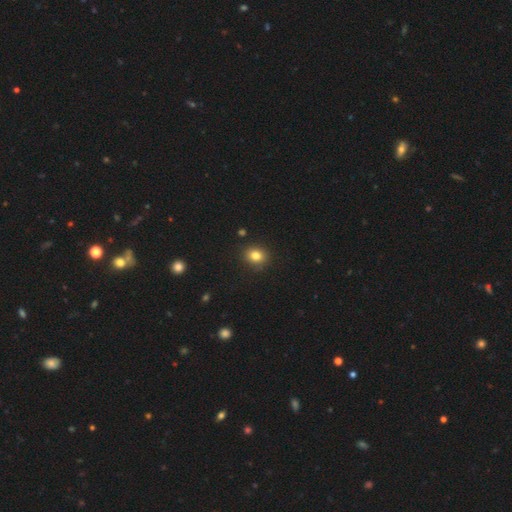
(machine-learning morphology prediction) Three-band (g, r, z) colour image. It shows a smooth galaxy with no disk features (82%) that is round (68%). Merging: none (88%).